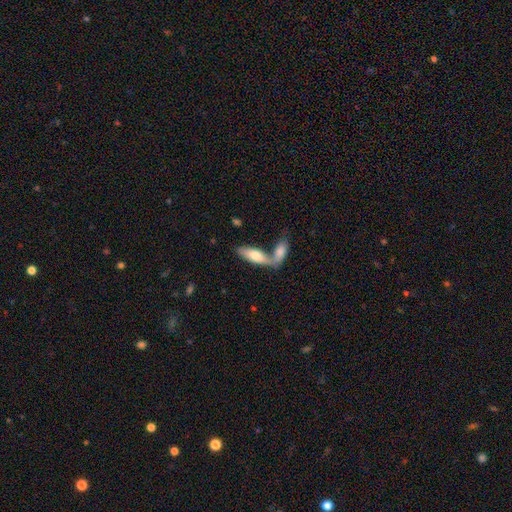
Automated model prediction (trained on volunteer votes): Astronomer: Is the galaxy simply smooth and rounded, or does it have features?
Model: smooth — 70%.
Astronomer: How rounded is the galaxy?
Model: in between — 65%.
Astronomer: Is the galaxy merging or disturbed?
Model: merger — 60%.